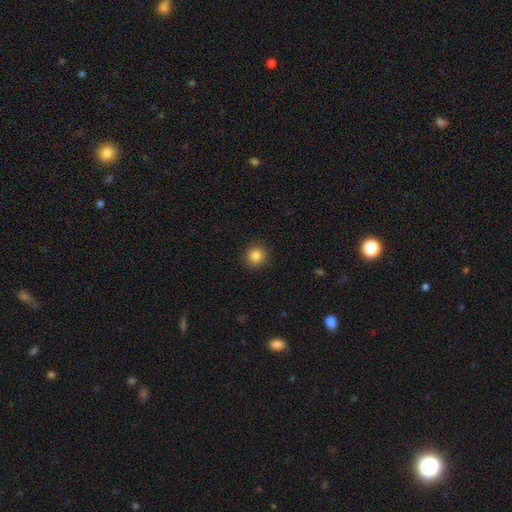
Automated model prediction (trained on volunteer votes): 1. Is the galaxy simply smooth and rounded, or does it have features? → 85% smooth, 11% star or artifact, 5% featured or disk.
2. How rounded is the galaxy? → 90% round, 9% in between, 1% cigar-shaped.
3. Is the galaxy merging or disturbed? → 90% none, 7% minor disturbance, 2% major disturbance, 1% merger.